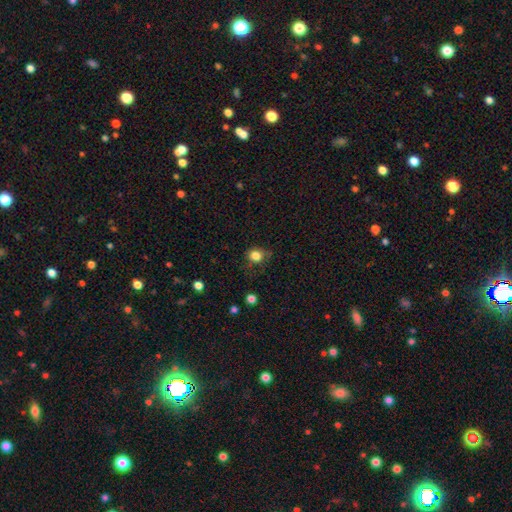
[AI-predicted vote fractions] This appears to be a smooth galaxy with no disk features (82%) that is round (74%). Merging: none (63%).